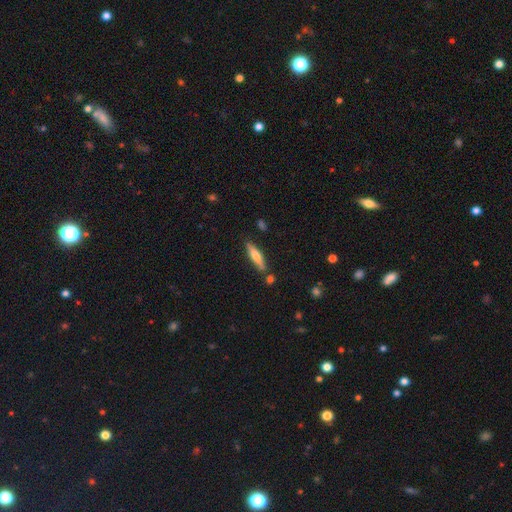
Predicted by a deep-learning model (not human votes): Smooth or featured?
  - smooth: 63% *
  - featured or disk: 31%
  - star or artifact: 6%
How rounded?
  - cigar-shaped: 76% *
  - in between: 23%
  - round: 2%
Merging?
  - none: 79% *
  - minor disturbance: 12%
  - merger: 6%
  - major disturbance: 3%